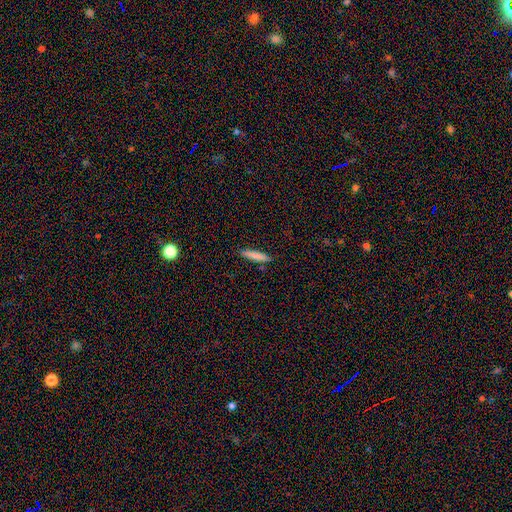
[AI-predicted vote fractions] A smooth galaxy with no disk features (80%) that is cigar-shaped (87%).

Vote fractions:
- Smooth or featured? smooth: 80% / featured or disk: 13% / star or artifact: 7%
- How rounded? cigar-shaped: 87% / in between: 11% / round: 1%
- Merging? none: 87% / minor disturbance: 10% / major disturbance: 2% / merger: 2%